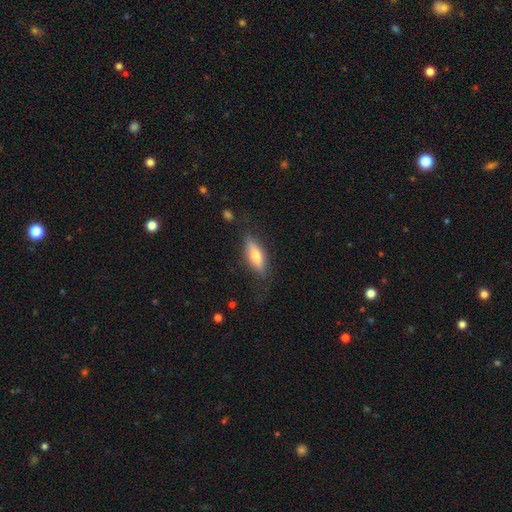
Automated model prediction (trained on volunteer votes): A smooth galaxy with no disk features (60%) that is in between round and cigar-shaped (54%). Merging: none (75%).